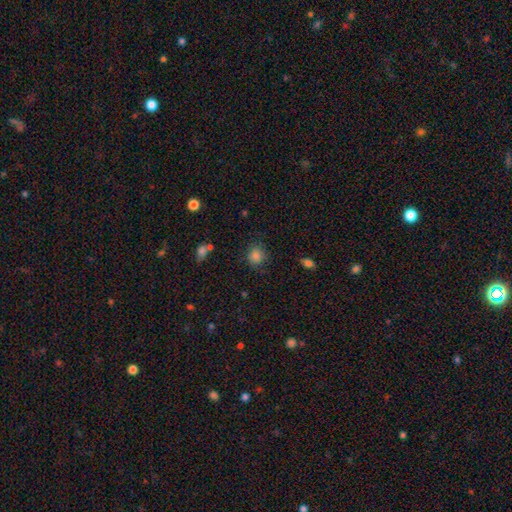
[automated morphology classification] A smooth galaxy with no disk features (84%) that is round (83%). Merging: none (83%).